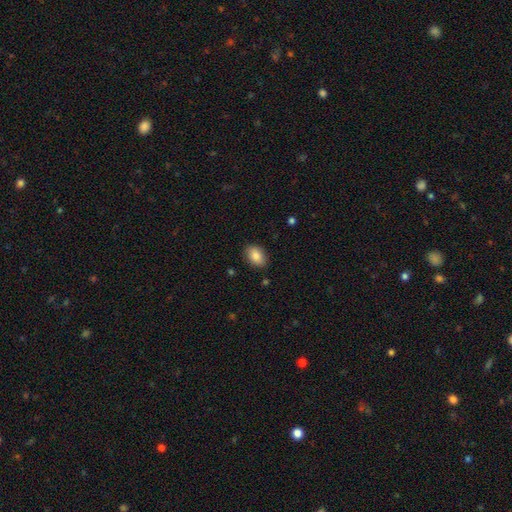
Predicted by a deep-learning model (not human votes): This appears to be a smooth galaxy with no disk features (86%) that is in between round and cigar-shaped (84%). Merging: none (87%).